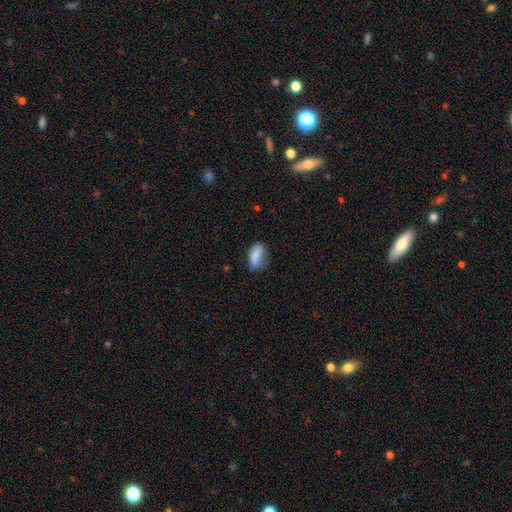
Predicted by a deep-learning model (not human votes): A smooth galaxy with no disk features (82%) that is in between round and cigar-shaped (87%).

Vote fractions:
- Smooth or featured? smooth: 82% / featured or disk: 10% / star or artifact: 8%
- How rounded? in between: 87% / cigar-shaped: 8% / round: 5%
- Merging? none: 54% / minor disturbance: 34% / major disturbance: 10% / merger: 2%